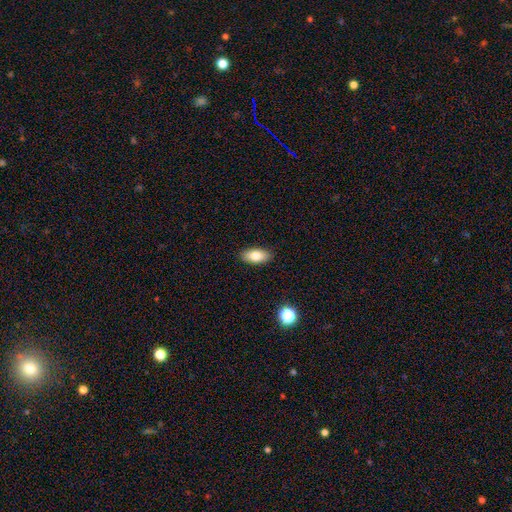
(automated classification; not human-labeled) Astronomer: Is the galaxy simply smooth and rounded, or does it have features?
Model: smooth — 79%.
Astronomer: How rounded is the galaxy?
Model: in between — 90%.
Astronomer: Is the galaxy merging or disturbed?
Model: none — 90%.